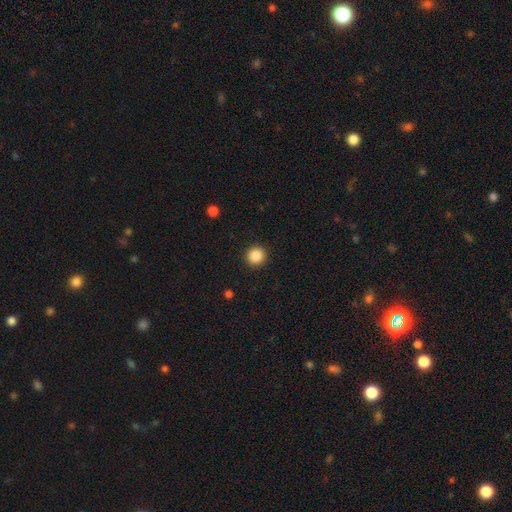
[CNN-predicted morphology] Smooth or featured: smooth — 87% (star or artifact — 10%)
How rounded: round — 94% (in between — 5%)
Merging: none — 92% (minor disturbance — 5%)